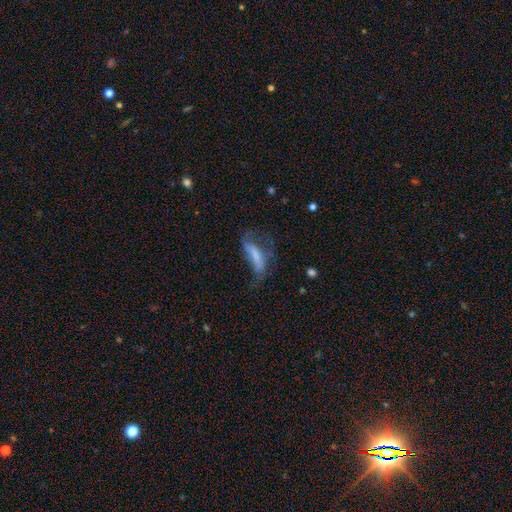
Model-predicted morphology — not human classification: A smooth galaxy with no disk features (45%).

Vote fractions:
- Smooth or featured? smooth: 45% / featured or disk: 44% / star or artifact: 11%
- Merging? major disturbance: 43% / none: 30% / minor disturbance: 23% / merger: 4%